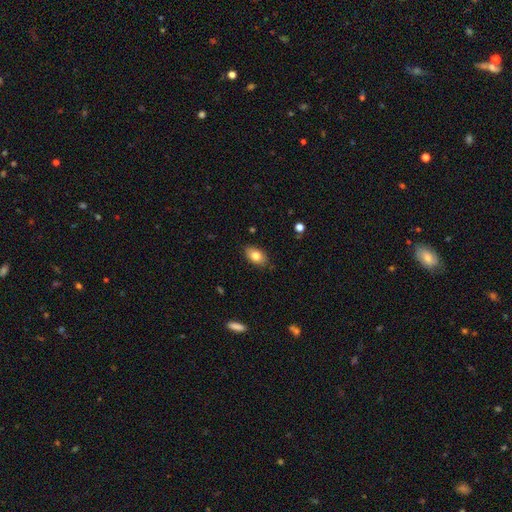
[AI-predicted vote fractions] smooth-or-featured: smooth: 80% | featured or disk: 12% | star or artifact: 8%
  how-rounded: in between: 90% | round: 8% | cigar-shaped: 2%
  merging: none: 85% | minor disturbance: 11% | major disturbance: 2% | merger: 1%